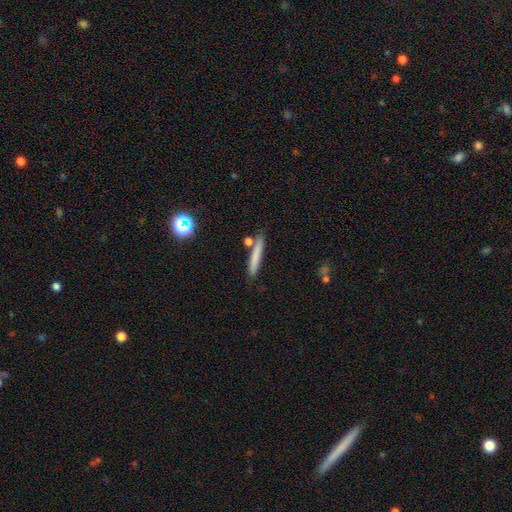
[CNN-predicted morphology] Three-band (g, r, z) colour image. It shows a smooth galaxy with no disk features (74%) that is cigar-shaped (93%). Merging: none (79%).